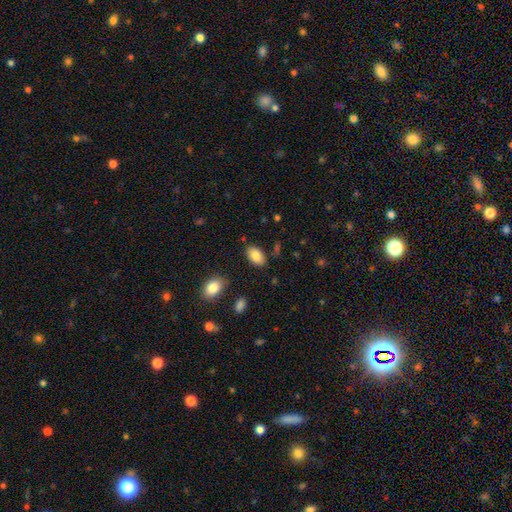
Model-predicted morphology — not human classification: A smooth galaxy with no disk features (85%) that is in between round and cigar-shaped (94%).

Vote fractions:
- Smooth or featured? smooth: 85% / featured or disk: 8% / star or artifact: 7%
- How rounded? in between: 94% / round: 5% / cigar-shaped: 1%
- Merging? none: 82% / minor disturbance: 12% / major disturbance: 3% / merger: 3%